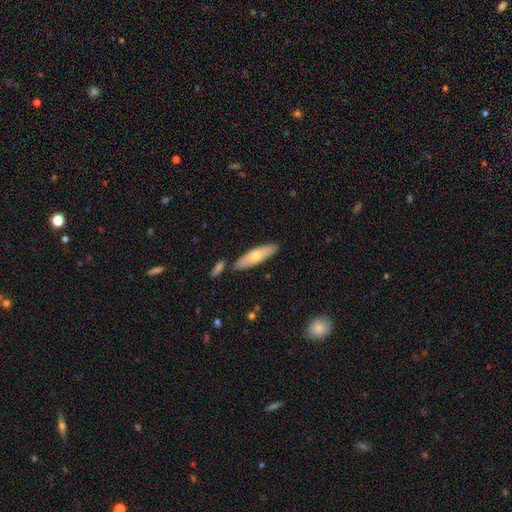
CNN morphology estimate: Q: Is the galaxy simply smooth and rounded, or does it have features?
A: smooth — 61%.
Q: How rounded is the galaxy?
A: cigar-shaped — 64%.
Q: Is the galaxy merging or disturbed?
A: none — 81%.